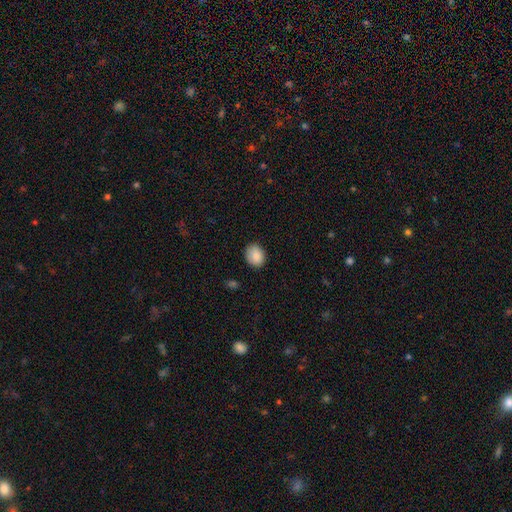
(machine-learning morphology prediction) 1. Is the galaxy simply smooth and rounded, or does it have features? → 87% smooth, 8% star or artifact, 5% featured or disk.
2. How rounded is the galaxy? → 51% round, 48% in between, 1% cigar-shaped.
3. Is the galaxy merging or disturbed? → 86% none, 11% minor disturbance, 2% major disturbance, 1% merger.